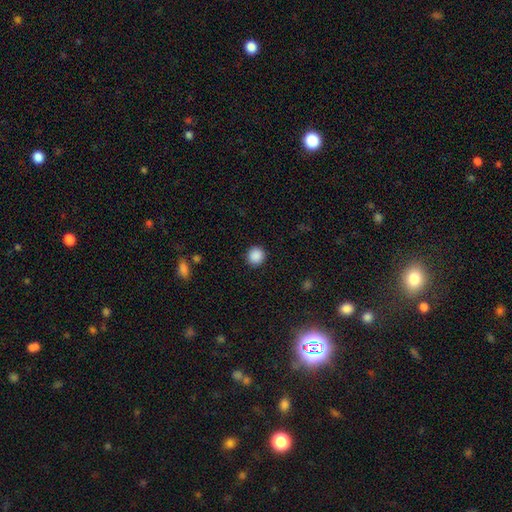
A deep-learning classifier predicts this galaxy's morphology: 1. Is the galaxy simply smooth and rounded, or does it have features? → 89% smooth, 9% star or artifact, 2% featured or disk.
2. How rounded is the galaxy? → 92% round, 7% in between, 1% cigar-shaped.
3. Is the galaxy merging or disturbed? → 91% none, 5% minor disturbance, 2% major disturbance, 1% merger.